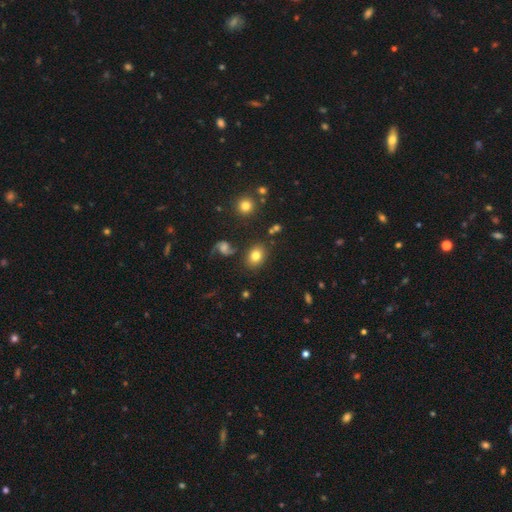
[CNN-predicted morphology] This appears to be a smooth galaxy with no disk features (76%) that is in between round and cigar-shaped (56%). Merging: none (81%).